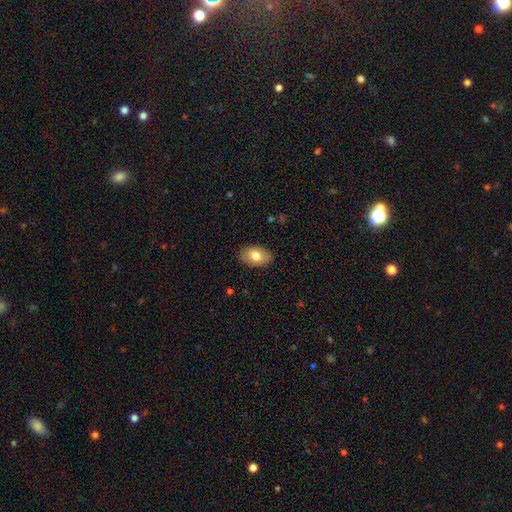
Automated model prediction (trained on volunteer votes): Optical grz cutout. It shows a smooth galaxy with no disk features (77%) that is in between round and cigar-shaped (89%). Merging: none (87%).